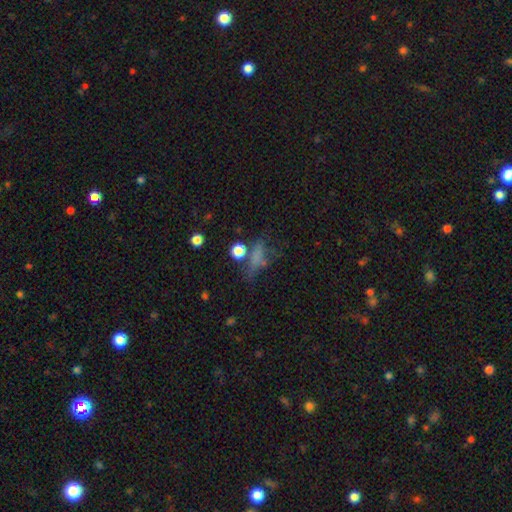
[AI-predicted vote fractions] A smooth galaxy with no disk features (55%) that is in between round and cigar-shaped (46%).

Vote fractions:
- Smooth or featured? smooth: 55% / star or artifact: 25% / featured or disk: 20%
- How rounded? in between: 46% / cigar-shaped: 28% / round: 26%
- Merging? none: 50% / major disturbance: 20% / minor disturbance: 20% / merger: 11%